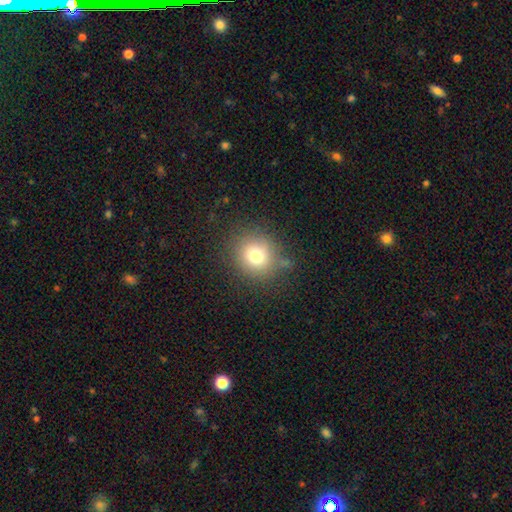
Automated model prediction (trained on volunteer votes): Q: Smooth or featured?
A: smooth (75%); runner-up: star or artifact (14%)
Q: How rounded?
A: round (86%); runner-up: in between (14%)
Q: Merging?
A: none (79%); runner-up: minor disturbance (14%)